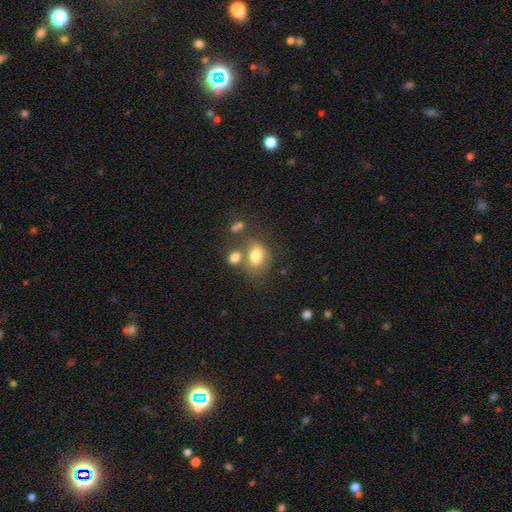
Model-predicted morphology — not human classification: A smooth galaxy with no disk features (76%) that is in between round and cigar-shaped (63%). Merging: none (45%).